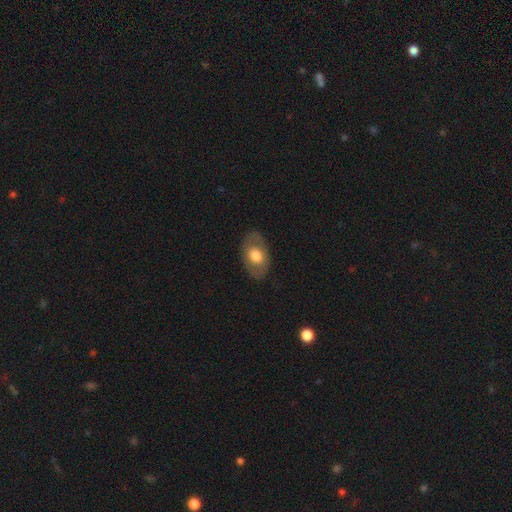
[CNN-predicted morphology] type=smooth (59%); roundness=in between (87%); merging=none (82%).